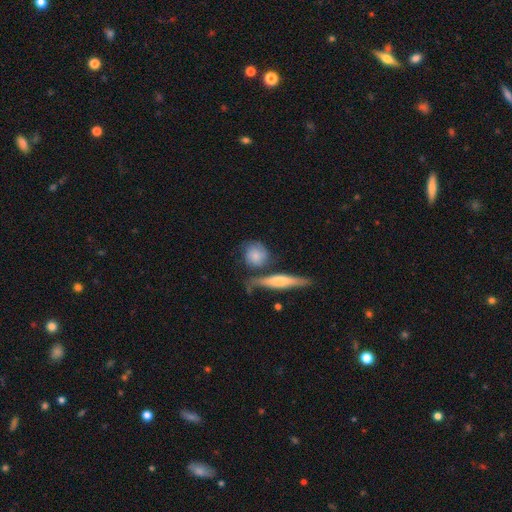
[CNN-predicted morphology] smooth_or_featured: smooth (p=0.62) [alt: featured or disk p=0.32]
how_rounded: round (p=0.67) [alt: in between p=0.23]
merging: none (p=0.56) [alt: minor disturbance p=0.19]